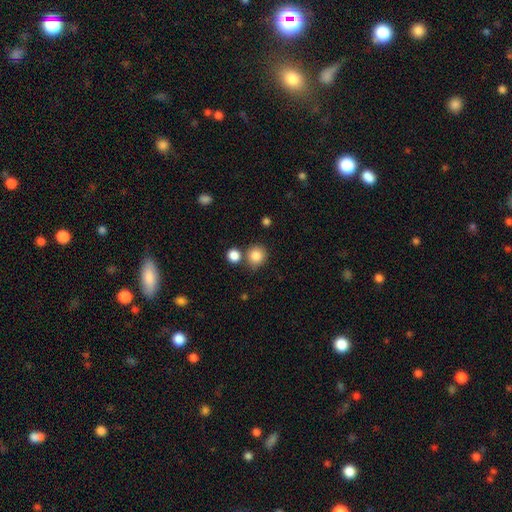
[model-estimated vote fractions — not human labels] A smooth galaxy with no disk features (86%) that is round (88%). Merging: none (72%).